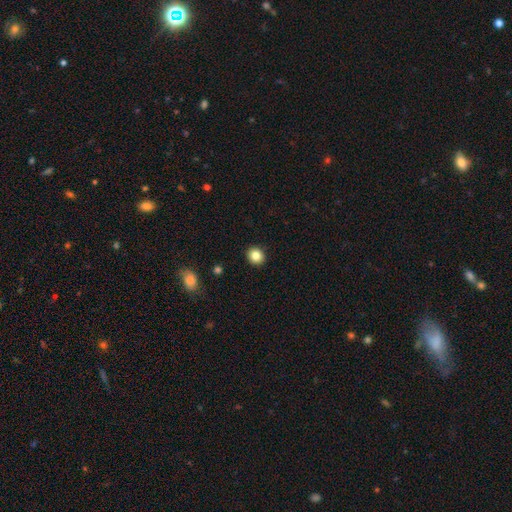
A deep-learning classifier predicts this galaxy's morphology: Smooth or featured? Predicted: smooth (p=0.84). How rounded? Predicted: round (p=0.85). Merging? Predicted: none (p=0.92).